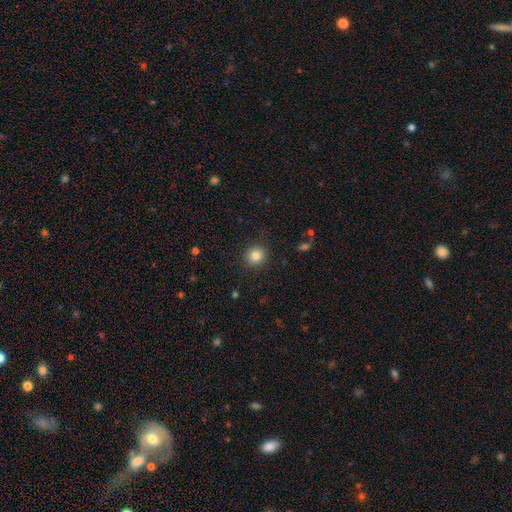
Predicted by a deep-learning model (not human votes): smooth_or_featured: smooth (p=0.83) [alt: star or artifact p=0.11]
how_rounded: round (p=0.88) [alt: in between p=0.11]
merging: none (p=0.90) [alt: minor disturbance p=0.06]